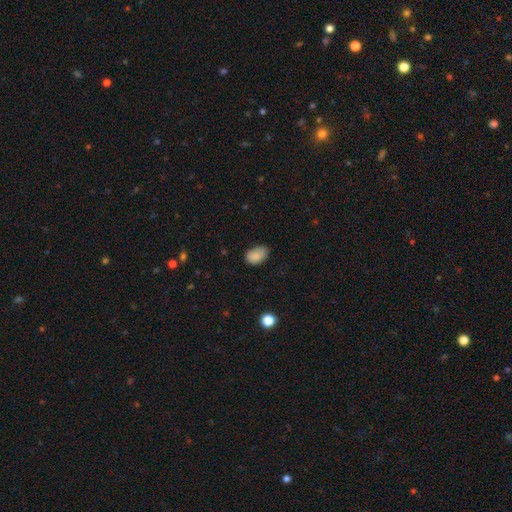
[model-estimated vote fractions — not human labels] Smooth or featured? smooth (85%)
How rounded? in between (87%)
Merging? none (68%)